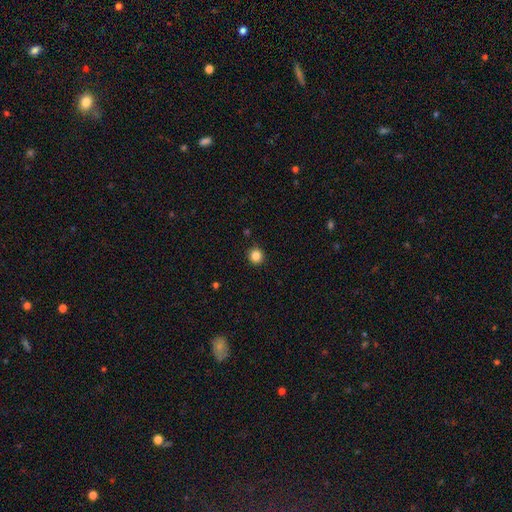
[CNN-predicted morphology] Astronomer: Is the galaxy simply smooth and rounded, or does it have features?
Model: smooth — 85%.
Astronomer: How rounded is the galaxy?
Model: round — 91%.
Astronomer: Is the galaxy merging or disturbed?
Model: none — 91%.